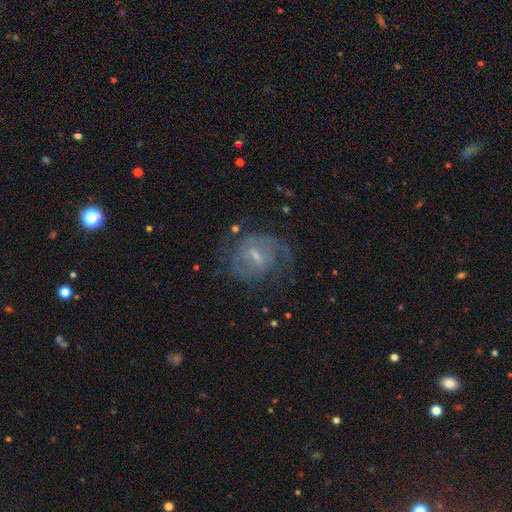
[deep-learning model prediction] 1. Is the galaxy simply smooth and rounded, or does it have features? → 82% featured or disk, 11% smooth, 7% star or artifact.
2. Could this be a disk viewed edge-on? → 97% no, 3% yes.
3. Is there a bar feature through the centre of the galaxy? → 61% weak, 24% strong, 15% no.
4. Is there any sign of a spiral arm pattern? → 92% yes, 8% no.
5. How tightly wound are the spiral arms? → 45% medium, 40% tight, 15% loose.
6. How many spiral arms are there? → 55% 2, 22% can't tell, 10% 3, 8% 1, 3% 4, 3% more than 4.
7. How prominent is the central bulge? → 54% small, 32% moderate, 11% none, 2% large, 1% dominant.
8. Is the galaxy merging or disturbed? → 62% none, 19% minor disturbance, 17% major disturbance, 2% merger.